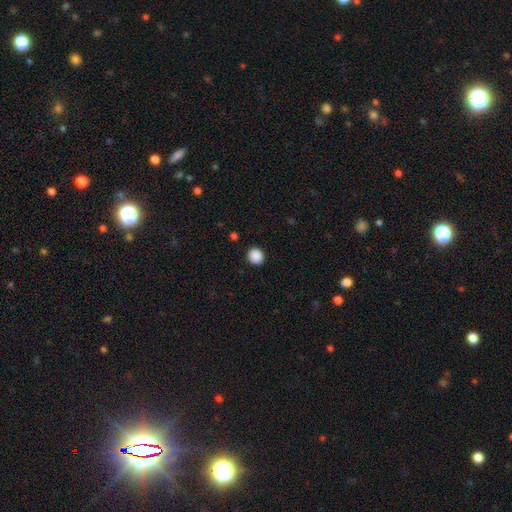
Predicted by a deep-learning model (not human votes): The model was most divided on "how rounded": round: 85%, in between: 14%, cigar-shaped: 1%. More confident: merging — none (91%); smooth or featured — smooth (89%).